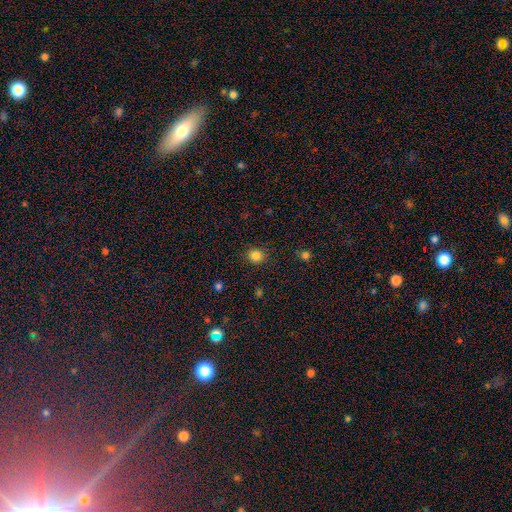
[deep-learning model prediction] Smooth or featured?
  - smooth: 84% *
  - star or artifact: 12%
  - featured or disk: 4%
How rounded?
  - round: 81% *
  - in between: 18%
  - cigar-shaped: 1%
Merging?
  - none: 89% *
  - minor disturbance: 8%
  - major disturbance: 3%
  - merger: 1%